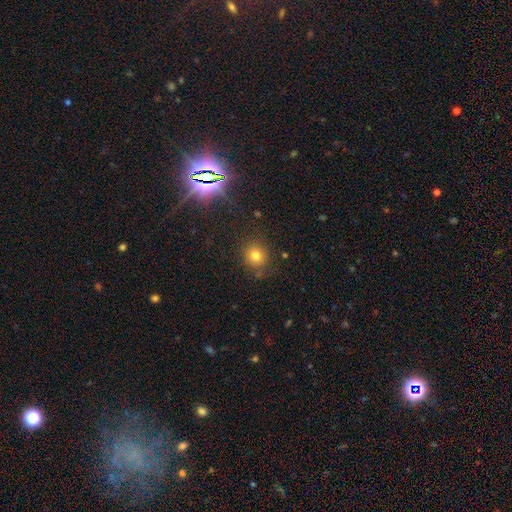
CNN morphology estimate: smooth 75%, star or artifact 17%, featured or disk 8%. Down the decision tree: how rounded — round (86%); merging — none (82%).